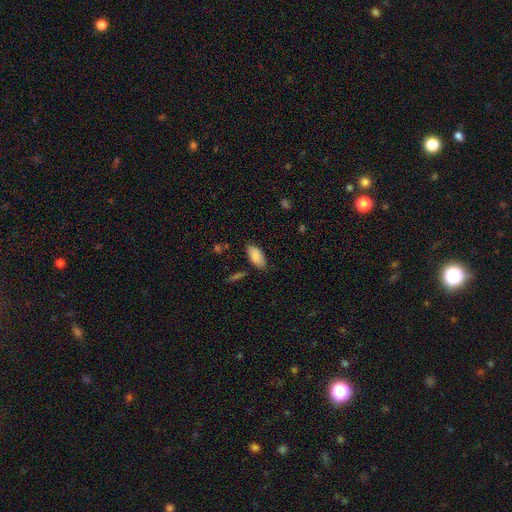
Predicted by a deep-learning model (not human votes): Smooth or featured?
  - smooth: 86% *
  - featured or disk: 7%
  - star or artifact: 7%
How rounded?
  - in between: 92% *
  - cigar-shaped: 5%
  - round: 2%
Merging?
  - none: 81% *
  - minor disturbance: 14%
  - major disturbance: 3%
  - merger: 3%